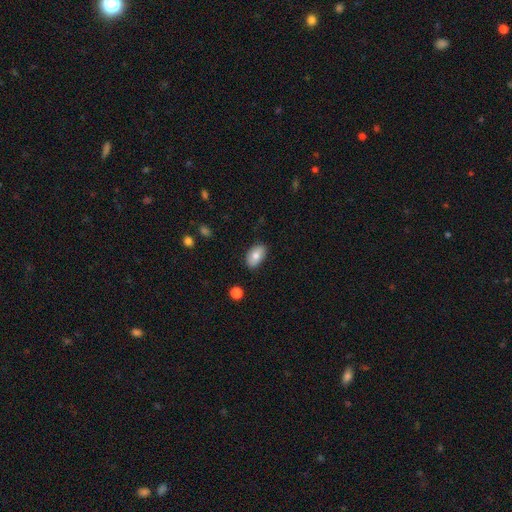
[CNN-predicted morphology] Smooth or featured: smooth — 78% (featured or disk — 15%)
How rounded: in between — 92% (round — 6%)
Merging: none — 85% (minor disturbance — 12%)